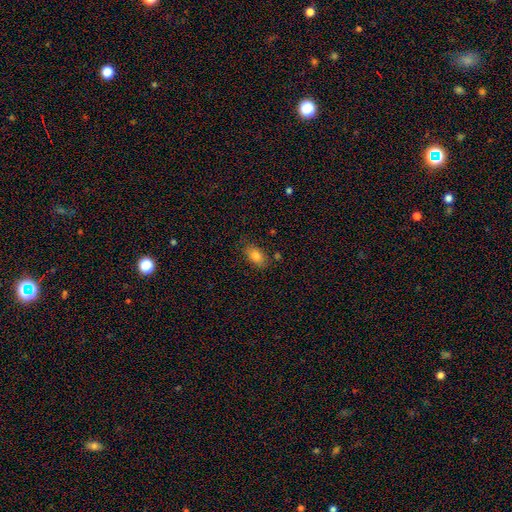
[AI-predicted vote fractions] Smooth or featured: smooth — 81% (featured or disk — 10%)
How rounded: in between — 88% (round — 9%)
Merging: none — 79% (minor disturbance — 15%)